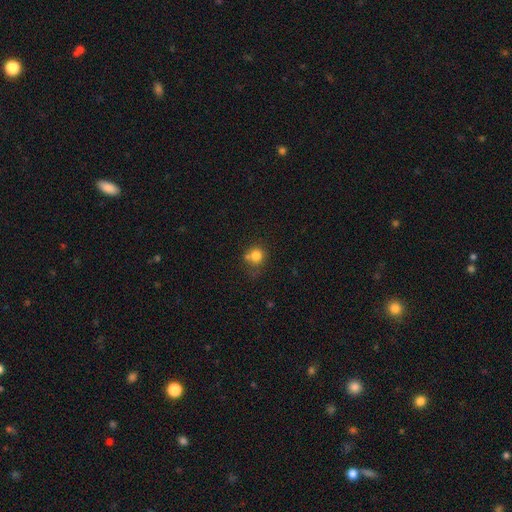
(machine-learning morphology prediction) smooth_or_featured: smooth (p=0.80) [alt: star or artifact p=0.12]
how_rounded: round (p=0.85) [alt: in between p=0.14]
merging: none (p=0.56) [alt: merger p=0.20]